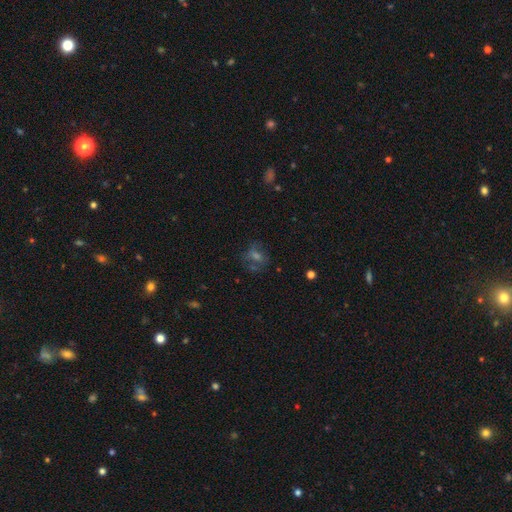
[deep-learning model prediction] Smooth or featured? Predicted: smooth (p=0.39). Merging? Predicted: none (p=0.65).